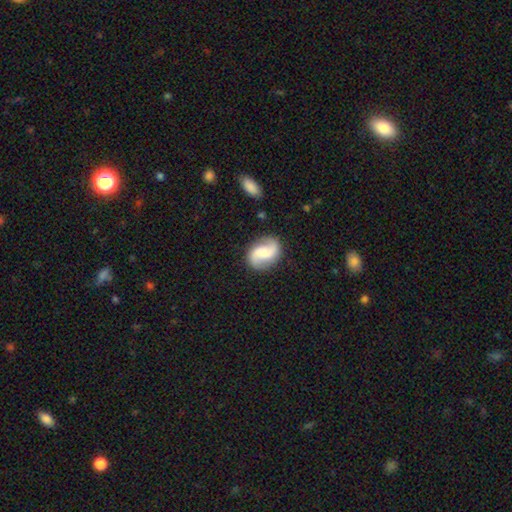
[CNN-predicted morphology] This is likely a featured or disk galaxy (76%). It is clearly not viewed edge-on (98%). Bar: marginally no (42%, tied with weak). Spiral arm pattern: clearly yes (95%). Spiral arm count: clearly 2 (92%). Spiral winding: possibly loose (48%). Central bulge: possibly moderate (46%). Merging: clearly none (82%).